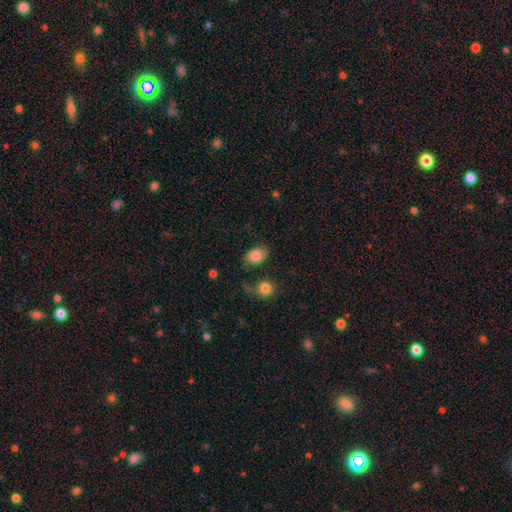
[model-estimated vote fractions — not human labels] Overall: smooth (64%; featured or disk 27%). How rounded: in between (69%; round 30%). Merging: none (57%; minor disturbance 22%).